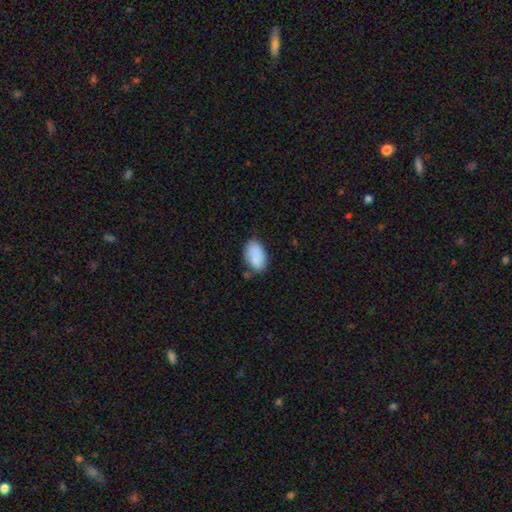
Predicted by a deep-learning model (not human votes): The model was most divided on "merging": none: 66%, minor disturbance: 24%, major disturbance: 5%, merger: 5%. More confident: how rounded — in between (93%); smooth or featured — smooth (86%).